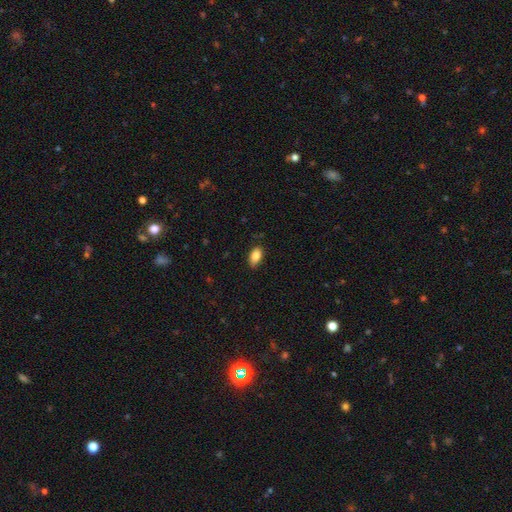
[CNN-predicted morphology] Smooth or featured? smooth (86%)
How rounded? in between (92%)
Merging? none (84%)